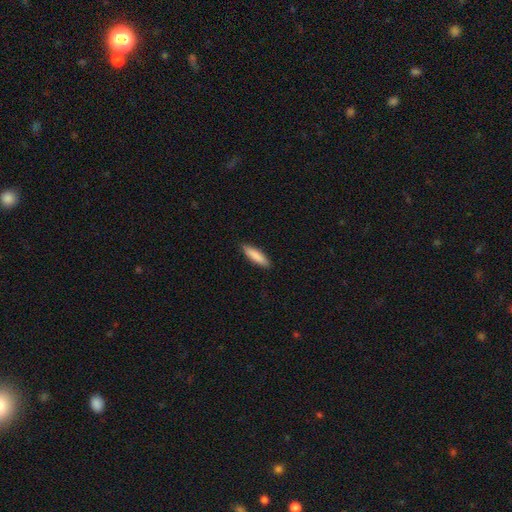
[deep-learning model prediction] Smooth or featured? smooth (86%)
How rounded? cigar-shaped (71%)
Merging? none (89%)